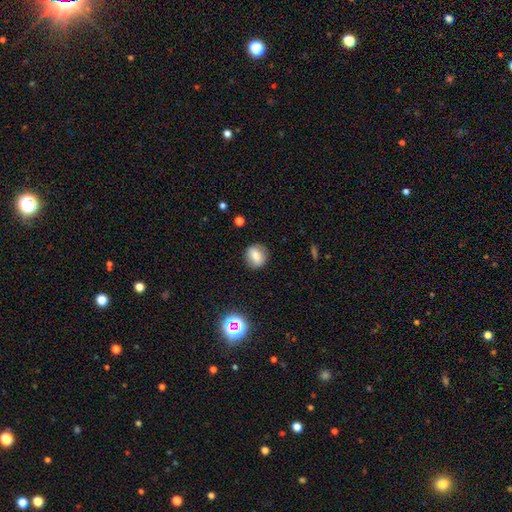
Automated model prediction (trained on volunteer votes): Overall: smooth (71%). How rounded: round (74%). Merging: none (86%).